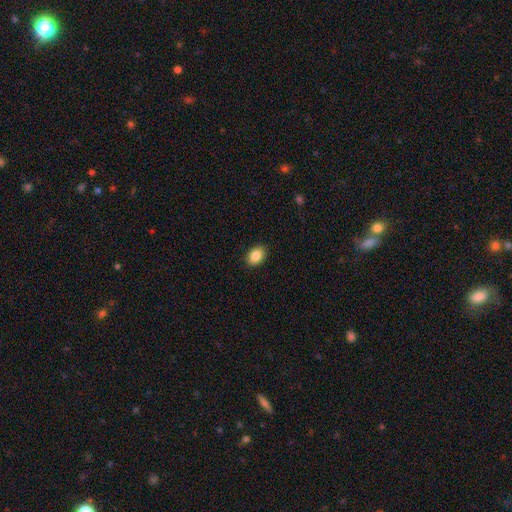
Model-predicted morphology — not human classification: Q: Smooth or featured?
A: smooth (88%); runner-up: star or artifact (8%)
Q: How rounded?
A: in between (78%); runner-up: round (21%)
Q: Merging?
A: none (89%); runner-up: minor disturbance (8%)